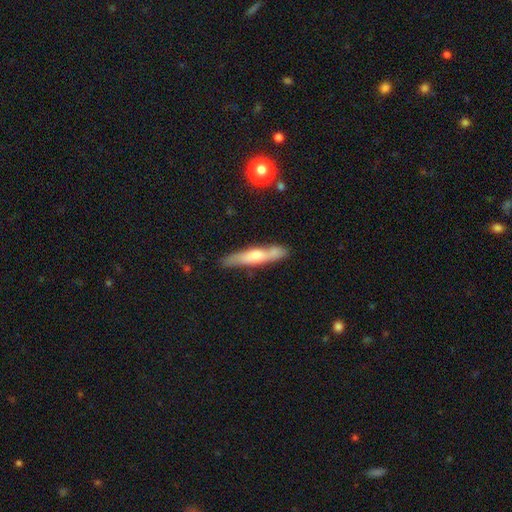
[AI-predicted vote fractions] Smooth or featured?
  - featured or disk: 53% *
  - smooth: 40%
  - star or artifact: 7%
Edge-on disk?
  - yes: 86% *
  - no: 14%
Merging?
  - none: 78% *
  - minor disturbance: 14%
  - merger: 5%
  - major disturbance: 3%